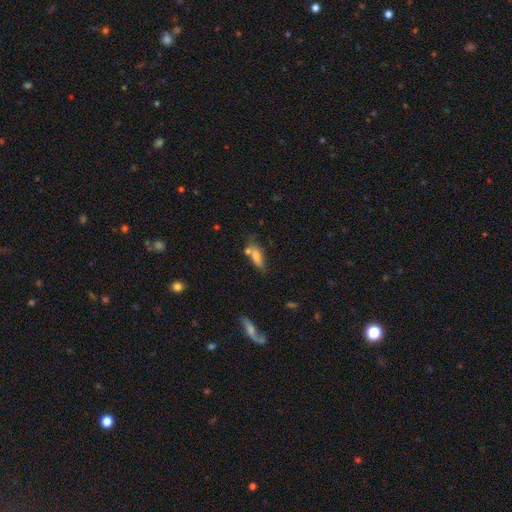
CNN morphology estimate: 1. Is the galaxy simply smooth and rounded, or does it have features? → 71% smooth, 19% featured or disk, 10% star or artifact.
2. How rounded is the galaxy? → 70% in between, 26% cigar-shaped, 4% round.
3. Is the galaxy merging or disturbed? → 42% none, 28% merger, 21% minor disturbance, 10% major disturbance.